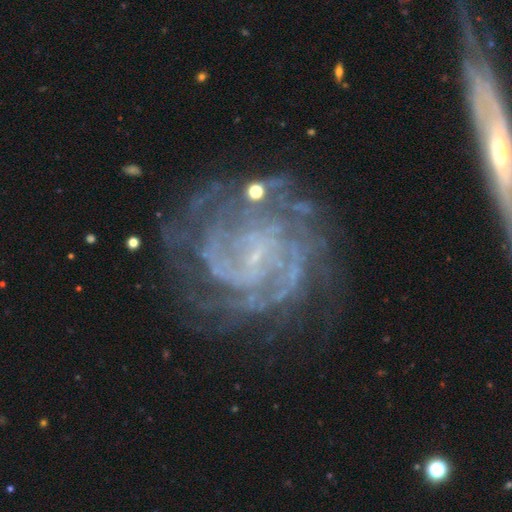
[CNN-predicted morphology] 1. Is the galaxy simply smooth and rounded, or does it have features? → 86% featured or disk, 7% star or artifact, 6% smooth.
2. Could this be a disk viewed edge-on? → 98% no, 2% yes.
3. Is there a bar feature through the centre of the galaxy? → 46% no, 41% weak, 14% strong.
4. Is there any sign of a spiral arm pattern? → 94% yes, 6% no.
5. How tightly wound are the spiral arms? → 65% tight, 28% medium, 7% loose.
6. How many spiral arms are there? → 33% can't tell, 16% 2, 16% 3, 16% 4, 10% more than 4, 8% 1.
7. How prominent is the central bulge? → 72% small, 21% none, 5% moderate, 1% large, 1% dominant.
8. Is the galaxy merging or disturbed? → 66% none, 17% minor disturbance, 13% major disturbance, 3% merger.